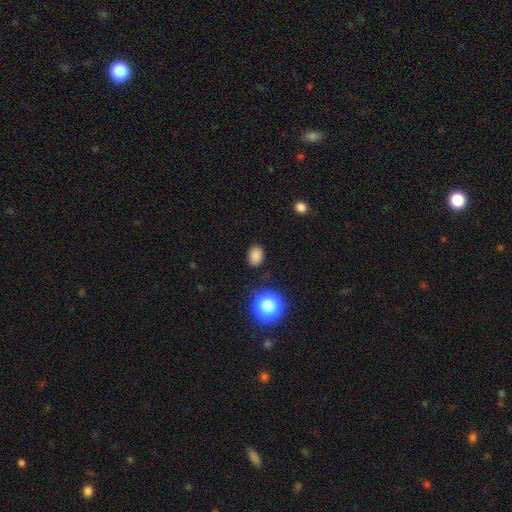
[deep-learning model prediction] smooth_or_featured: smooth (p=0.81) [alt: star or artifact p=0.14]
how_rounded: in between (p=0.67) [alt: round p=0.32]
merging: none (p=0.84) [alt: minor disturbance p=0.11]